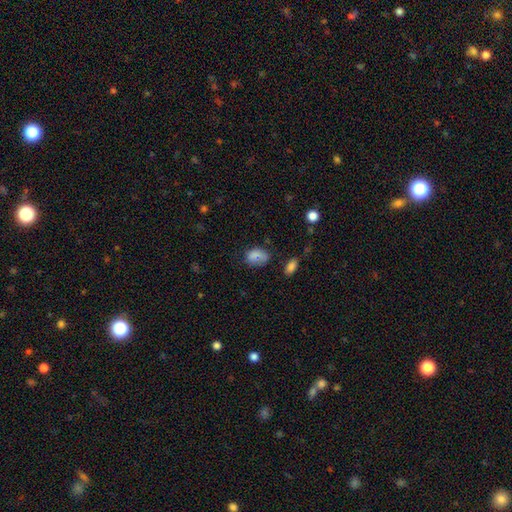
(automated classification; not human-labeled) Smooth or featured?
  - smooth: 78% *
  - featured or disk: 12%
  - star or artifact: 10%
How rounded?
  - in between: 74% *
  - round: 24%
  - cigar-shaped: 1%
Merging?
  - none: 51% *
  - minor disturbance: 29%
  - major disturbance: 11%
  - merger: 8%